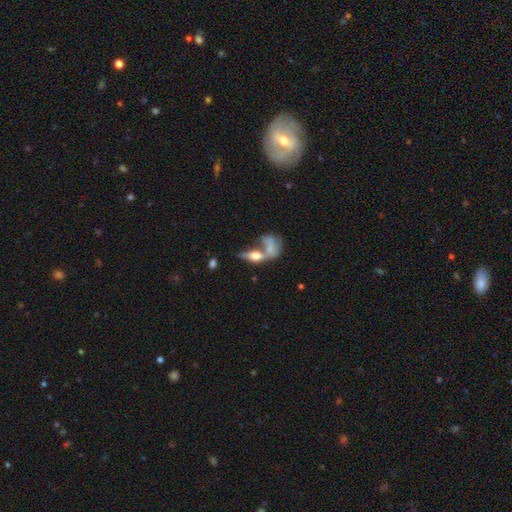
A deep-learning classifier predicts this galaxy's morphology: smooth_or_featured: smooth (p=0.49) [alt: featured or disk p=0.41]
merging: merger (p=0.53) [alt: none p=0.28]